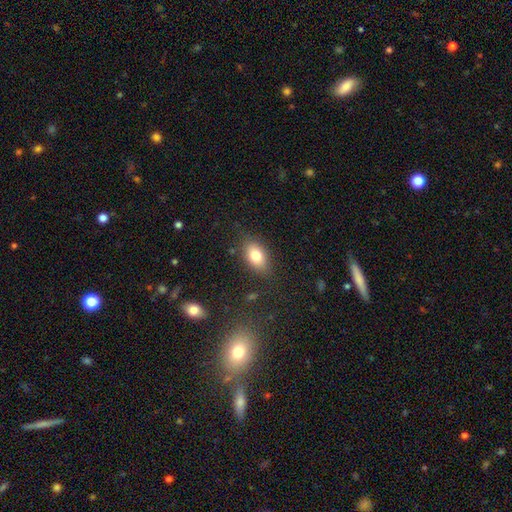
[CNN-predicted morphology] A smooth galaxy with no disk features (80%) that is in between round and cigar-shaped (88%). Merging: none (82%).